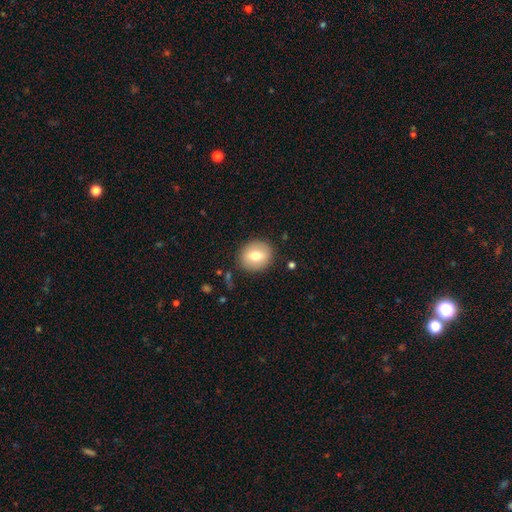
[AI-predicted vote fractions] A smooth galaxy with no disk features (70%) that is round (77%). Merging: none (87%).